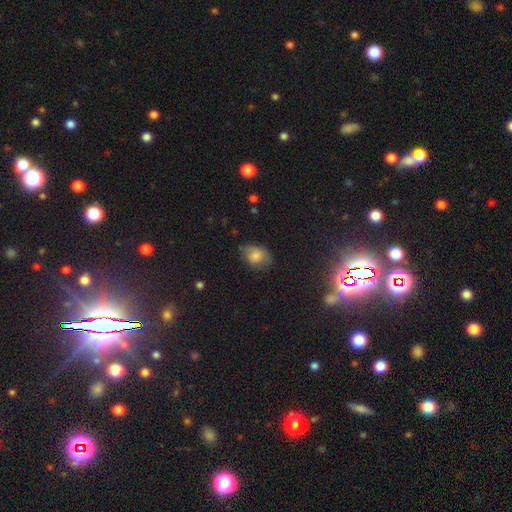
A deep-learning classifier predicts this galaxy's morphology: smooth_or_featured: smooth (p=0.77) [alt: featured or disk p=0.13]
how_rounded: in between (p=0.73) [alt: round p=0.25]
merging: none (p=0.65) [alt: minor disturbance p=0.27]